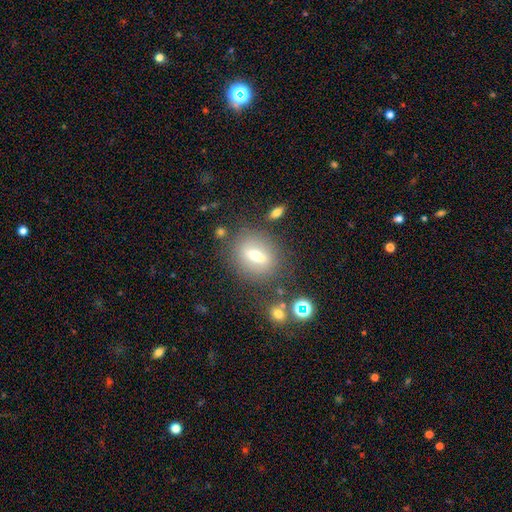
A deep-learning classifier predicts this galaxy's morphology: This is possibly a smooth galaxy (50%). Merging: likely none (74%).